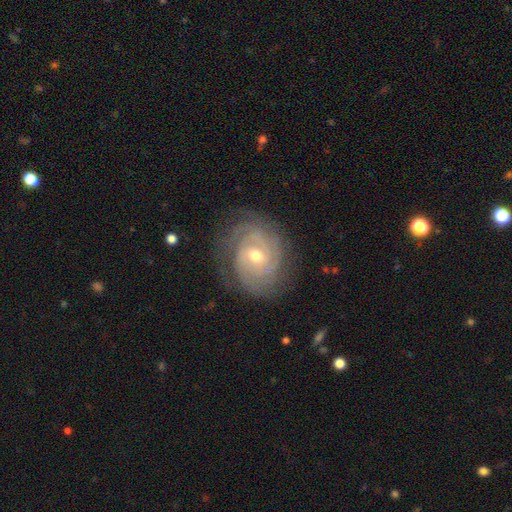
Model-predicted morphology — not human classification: This is clearly a featured or disk galaxy (88%). It is clearly not viewed edge-on (97%). Bar: possibly no (55%). Spiral arm pattern: clearly yes (97%). Spiral arm count: marginally 3 (28%). Spiral winding: likely tight (78%). Central bulge: possibly moderate (54%). Merging: likely none (79%).